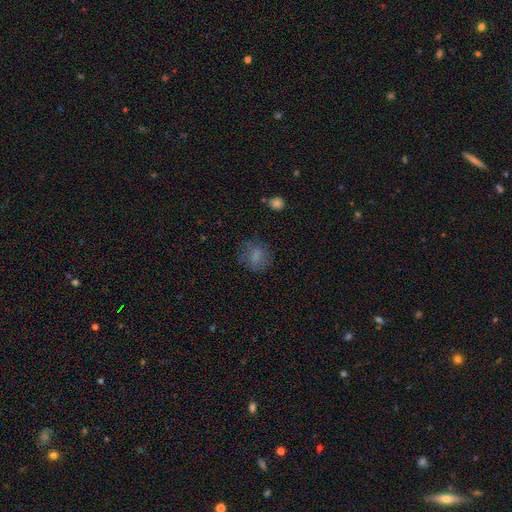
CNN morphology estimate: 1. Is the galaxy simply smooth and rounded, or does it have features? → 70% smooth, 16% featured or disk, 14% star or artifact.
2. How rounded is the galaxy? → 65% round, 33% in between, 2% cigar-shaped.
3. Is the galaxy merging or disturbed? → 70% none, 18% minor disturbance, 11% major disturbance, 2% merger.